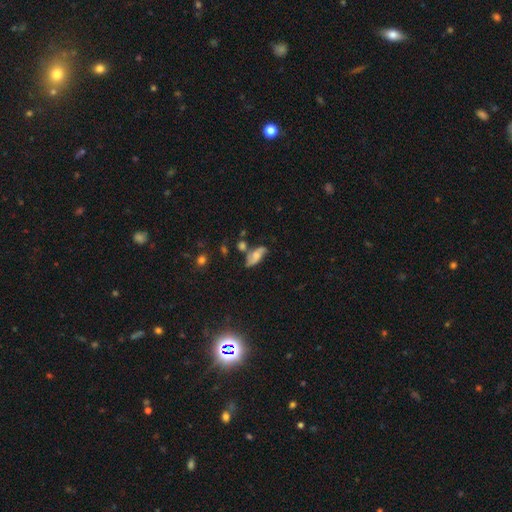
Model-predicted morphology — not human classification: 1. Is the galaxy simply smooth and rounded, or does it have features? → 46% featured or disk, 44% smooth, 10% star or artifact.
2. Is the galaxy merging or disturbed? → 51% none, 24% minor disturbance, 16% merger, 10% major disturbance.